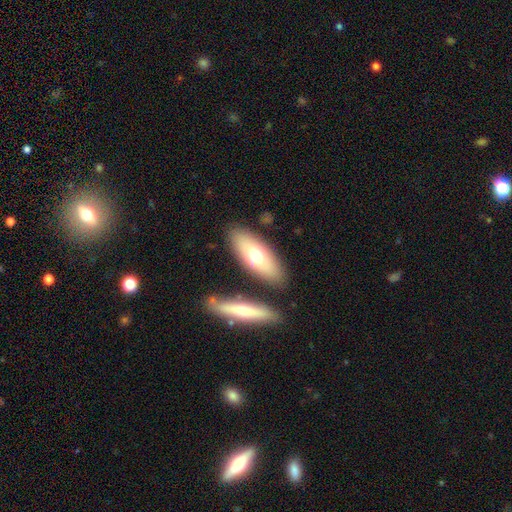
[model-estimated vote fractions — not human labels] A smooth galaxy with no disk features (64%) that is in between round and cigar-shaped (69%). Merging: none (80%).